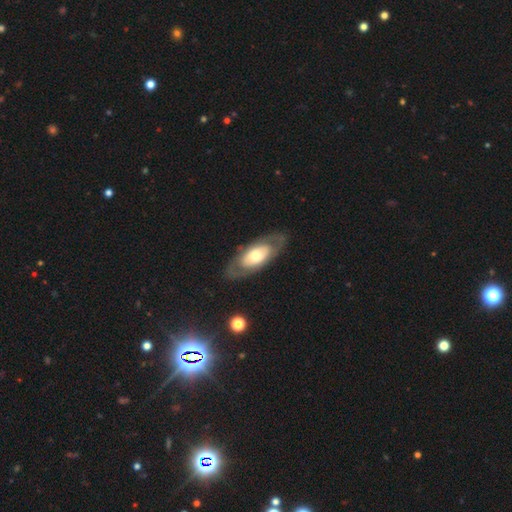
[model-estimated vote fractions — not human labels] featured or disk 53%, smooth 42%, star or artifact 5%. Down the decision tree: edge-on disk — no (83%); merging — none (80%).